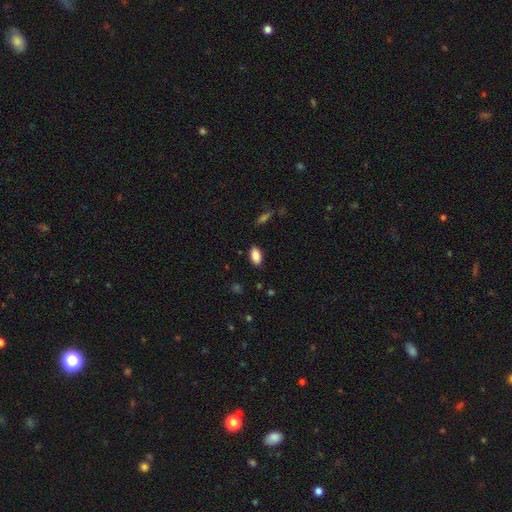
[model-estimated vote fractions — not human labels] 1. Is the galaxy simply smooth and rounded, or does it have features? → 88% smooth, 7% star or artifact, 5% featured or disk.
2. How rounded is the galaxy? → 92% in between, 4% cigar-shaped, 3% round.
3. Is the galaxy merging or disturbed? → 86% none, 10% minor disturbance, 2% major disturbance, 1% merger.